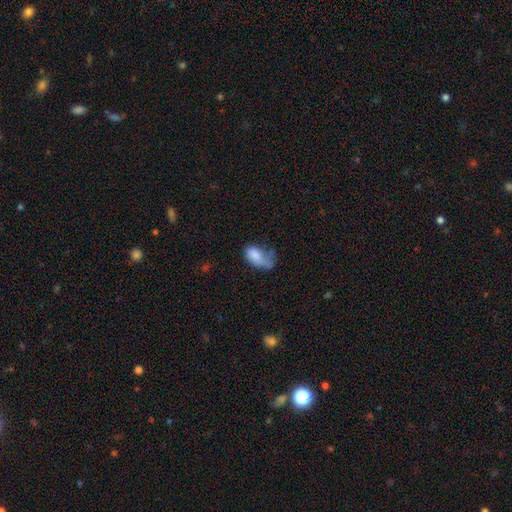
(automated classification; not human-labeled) Smooth or featured: smooth — 73% (featured or disk — 18%)
How rounded: in between — 90% (round — 6%)
Merging: major disturbance — 38% (minor disturbance — 29%)